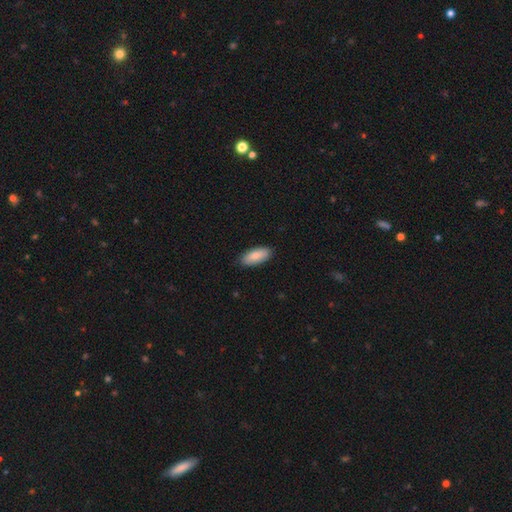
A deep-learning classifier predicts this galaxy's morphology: Overall: smooth (86%). How rounded: in between (86%). Merging: none (87%).